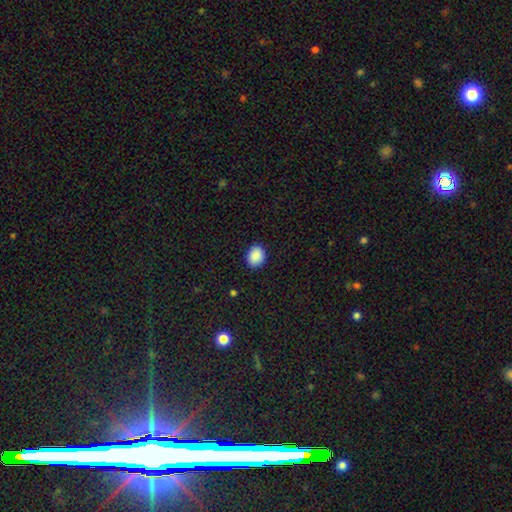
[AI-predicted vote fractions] Morphology: type=smooth (89%); roundness=round (51%); merging=none (88%).